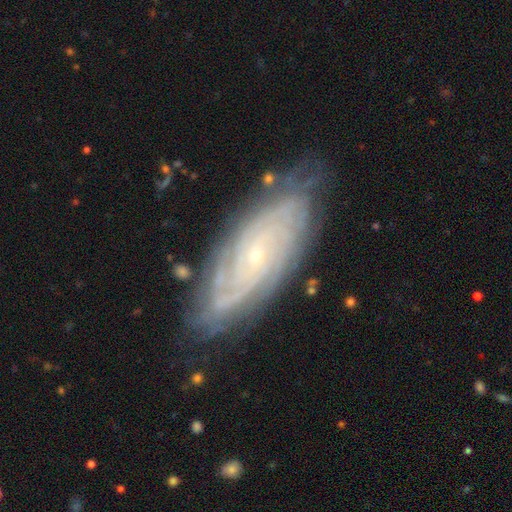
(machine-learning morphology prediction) The model was most divided on "spiral arm count": can't tell: 40%, 2: 17%, 4: 15%, 3: 13%, more than 4: 10%, 1: 6%. More confident: spiral arms — yes (96%); edge-on disk — no (91%); bulge size — small (85%); smooth or featured — featured or disk (84%); merging — none (77%); bar — no (77%); spiral winding — tight (75%).